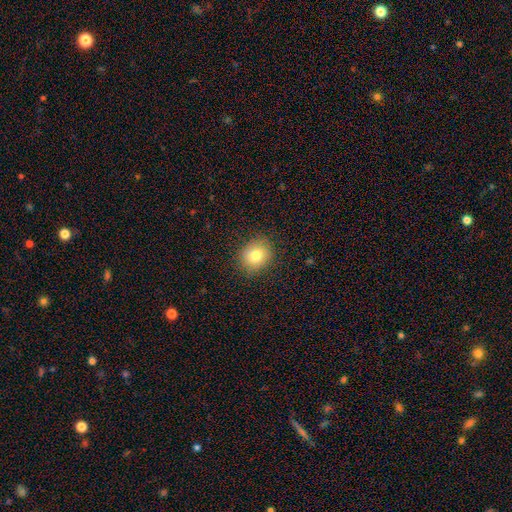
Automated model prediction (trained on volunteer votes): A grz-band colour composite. It shows a smooth galaxy with no disk features (79%) that is round (68%). Merging: none (87%).